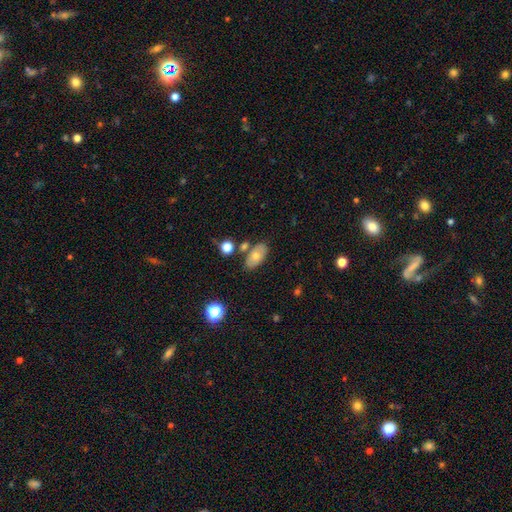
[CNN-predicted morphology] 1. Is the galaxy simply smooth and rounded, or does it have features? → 63% smooth, 29% featured or disk, 9% star or artifact.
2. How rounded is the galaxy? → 91% in between, 7% round, 3% cigar-shaped.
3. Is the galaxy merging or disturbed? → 73% none, 14% minor disturbance, 10% merger, 4% major disturbance.